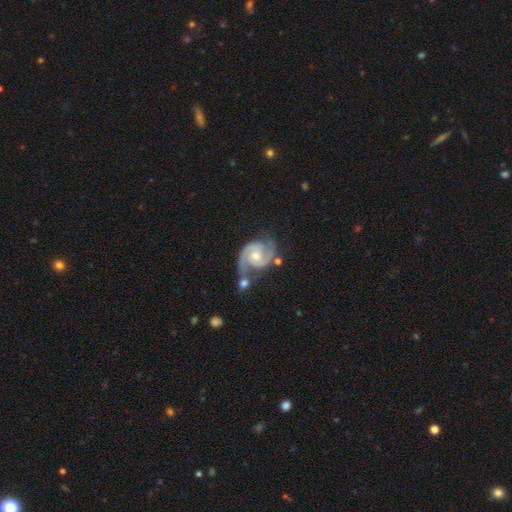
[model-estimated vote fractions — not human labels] Smooth or featured: featured or disk — 92% (smooth — 4%)
Edge-on disk: no — 98% (yes — 2%)
Bar: no — 60% (weak — 32%)
Spiral arms: yes — 98% (no — 2%)
Spiral winding: medium — 49% (tight — 42%)
Spiral arm count: 2 — 92% (3 — 2%)
Bulge size: moderate — 61% (small — 32%)
Merging: none — 48% (merger — 25%)